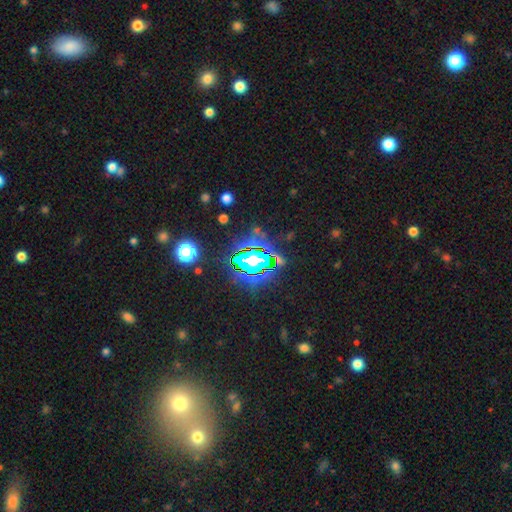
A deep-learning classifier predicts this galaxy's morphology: This is likely a star or artifact rather than a galaxy (80%).